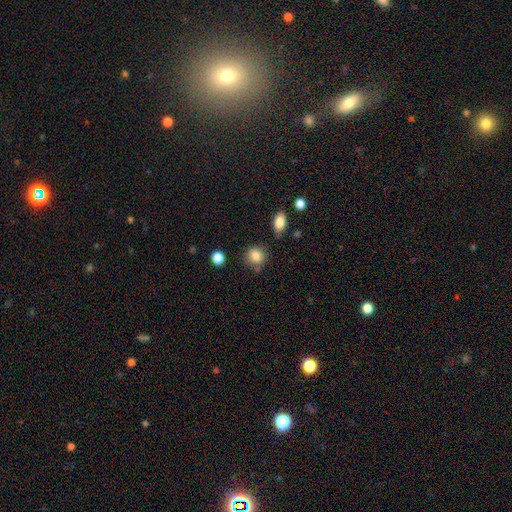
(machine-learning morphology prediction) smooth_or_featured: smooth (p=0.84) [alt: star or artifact p=0.09]
how_rounded: round (p=0.83) [alt: in between p=0.16]
merging: none (p=0.77) [alt: minor disturbance p=0.14]